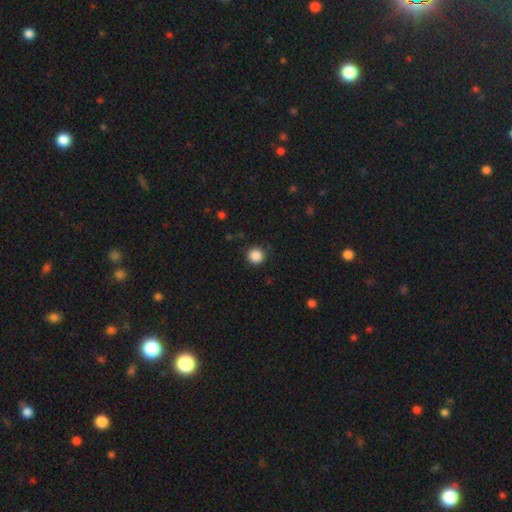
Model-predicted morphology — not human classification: A smooth galaxy with no disk features (87%) that is round (95%).

Vote fractions:
- Smooth or featured? smooth: 87% / star or artifact: 10% / featured or disk: 3%
- How rounded? round: 95% / in between: 4% / cigar-shaped: 1%
- Merging? none: 90% / minor disturbance: 7% / major disturbance: 2% / merger: 1%